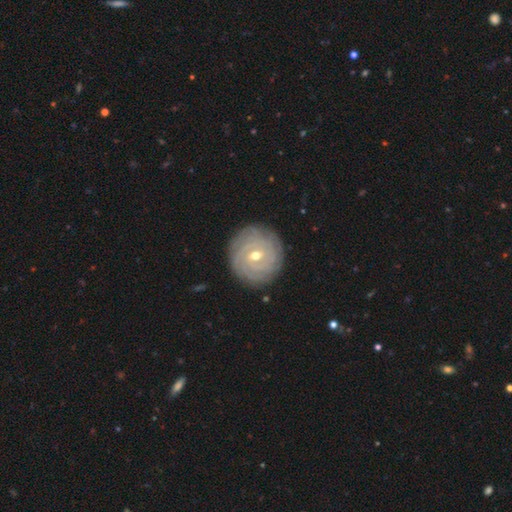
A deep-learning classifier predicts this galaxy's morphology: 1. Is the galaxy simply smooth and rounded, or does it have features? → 84% featured or disk, 10% smooth, 6% star or artifact.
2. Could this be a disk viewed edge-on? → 97% no, 3% yes.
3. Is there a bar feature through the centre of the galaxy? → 49% weak, 35% no, 16% strong.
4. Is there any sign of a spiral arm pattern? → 95% yes, 5% no.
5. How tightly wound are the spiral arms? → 89% tight, 8% medium, 2% loose.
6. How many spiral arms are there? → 32% can't tell, 18% 3, 18% 4, 14% 2, 11% more than 4, 8% 1.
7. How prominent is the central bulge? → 56% moderate, 41% small, 1% large, 1% none, 1% dominant.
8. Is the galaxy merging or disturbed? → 88% none, 9% minor disturbance, 2% major disturbance, 1% merger.